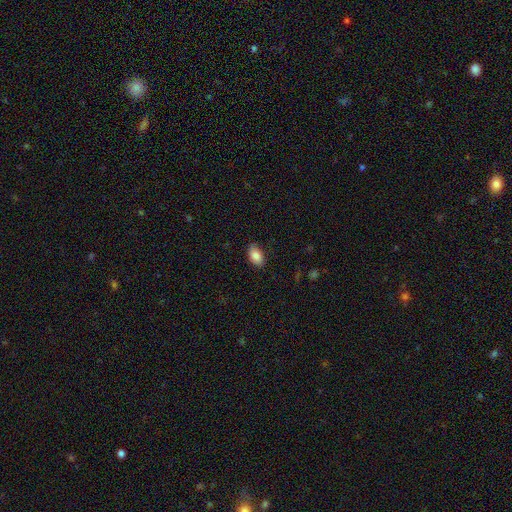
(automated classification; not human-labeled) smooth 85%, featured or disk 8%, star or artifact 7%. Down the decision tree: how rounded — in between (92%); merging — none (81%).